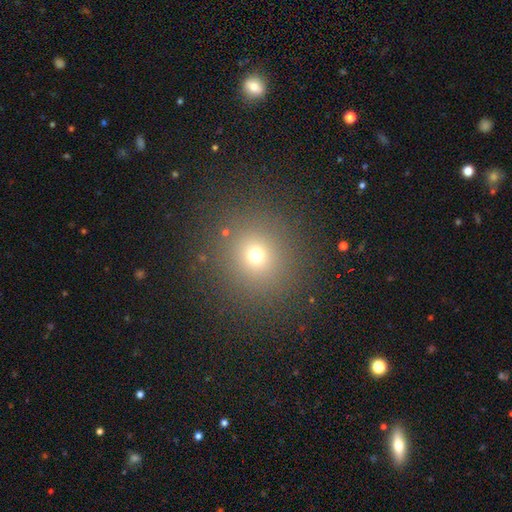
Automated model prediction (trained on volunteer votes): A smooth galaxy with no disk features (69%) that is round (90%).

Vote fractions:
- Smooth or featured? smooth: 69% / star or artifact: 23% / featured or disk: 8%
- How rounded? round: 90% / in between: 9% / cigar-shaped: 1%
- Merging? none: 87% / minor disturbance: 7% / major disturbance: 4% / merger: 2%